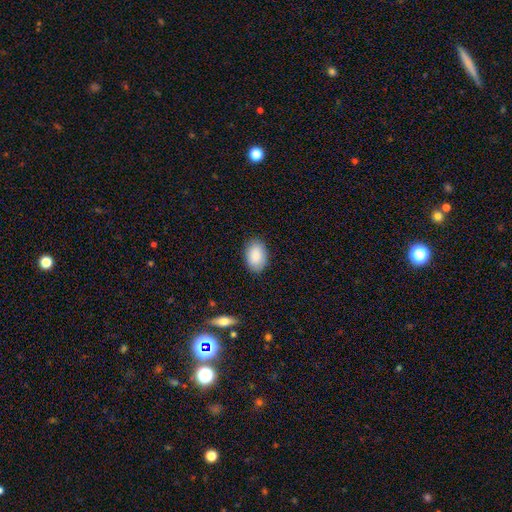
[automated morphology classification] Smooth or featured? smooth (89%)
How rounded? in between (90%)
Merging? none (86%)